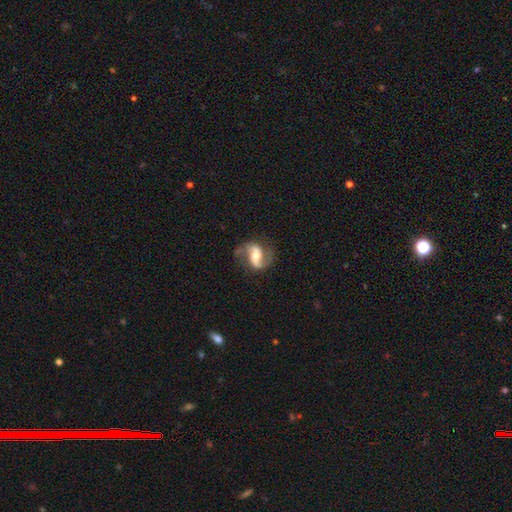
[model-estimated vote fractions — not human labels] The model was most divided on "bar": weak: 37%, strong: 36%, no: 28%. More confident: edge-on disk — no (97%); spiral arms — yes (95%); spiral arm count — 2 (92%); smooth or featured — featured or disk (83%); merging — none (73%); bulge size — moderate (62%); spiral winding — loose (52%).